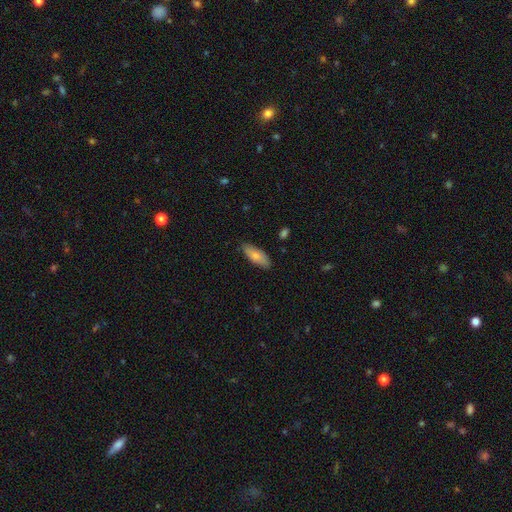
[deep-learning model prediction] Smooth or featured: smooth — 76% (featured or disk — 18%)
How rounded: in between — 75% (cigar-shaped — 23%)
Merging: none — 83% (minor disturbance — 14%)